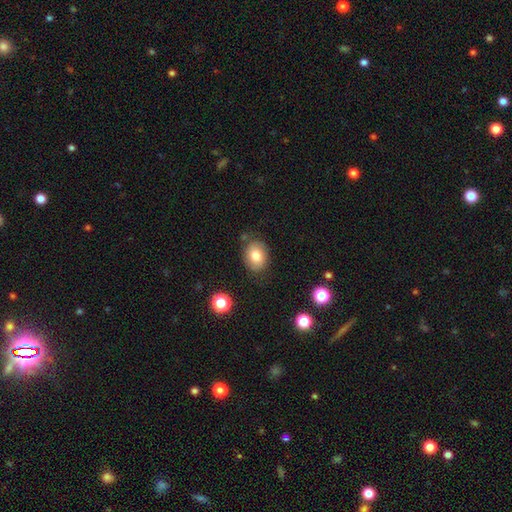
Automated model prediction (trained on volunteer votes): smooth-or-featured: smooth: 79% | featured or disk: 12% | star or artifact: 9%
  how-rounded: in between: 60% | round: 39% | cigar-shaped: 1%
  merging: none: 79% | minor disturbance: 15% | major disturbance: 4% | merger: 3%